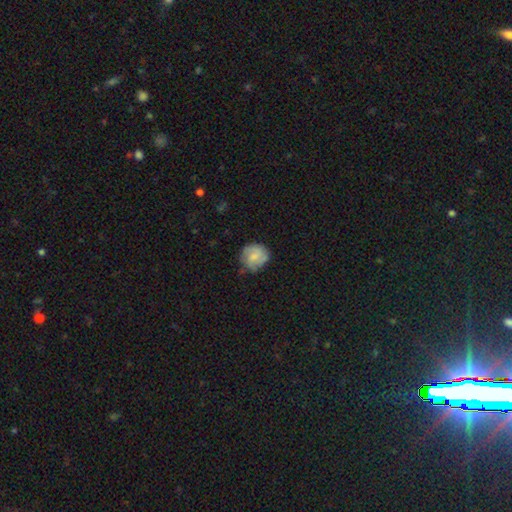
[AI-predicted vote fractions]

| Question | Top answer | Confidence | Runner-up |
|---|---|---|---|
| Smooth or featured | smooth | 58% | featured or disk (35%) |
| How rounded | round | 84% | in between (15%) |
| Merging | none | 70% | minor disturbance (22%) |